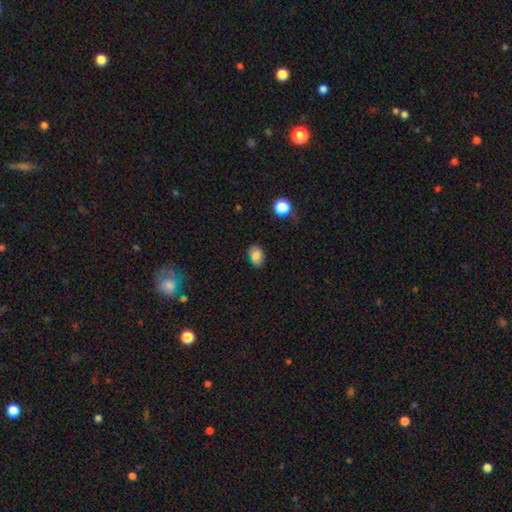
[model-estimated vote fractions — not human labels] The model was most divided on "merging": none: 78%, minor disturbance: 16%, major disturbance: 3%, merger: 2%. More confident: how rounded — in between (83%); smooth or featured — smooth (81%).